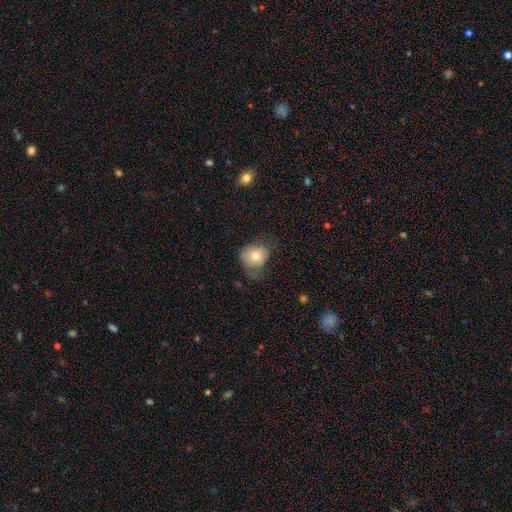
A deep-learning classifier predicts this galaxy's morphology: smooth-or-featured: smooth: 72% | featured or disk: 19% | star or artifact: 9%
  how-rounded: round: 61% | in between: 38% | cigar-shaped: 1%
  merging: none: 38% | minor disturbance: 36% | major disturbance: 24% | merger: 2%